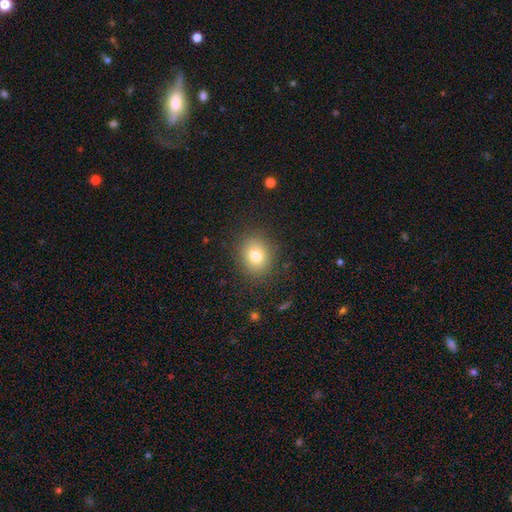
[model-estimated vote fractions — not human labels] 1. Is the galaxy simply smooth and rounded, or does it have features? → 78% smooth, 12% star or artifact, 10% featured or disk.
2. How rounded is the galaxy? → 67% round, 32% in between, 1% cigar-shaped.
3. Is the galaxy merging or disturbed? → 86% none, 9% minor disturbance, 4% major disturbance, 1% merger.